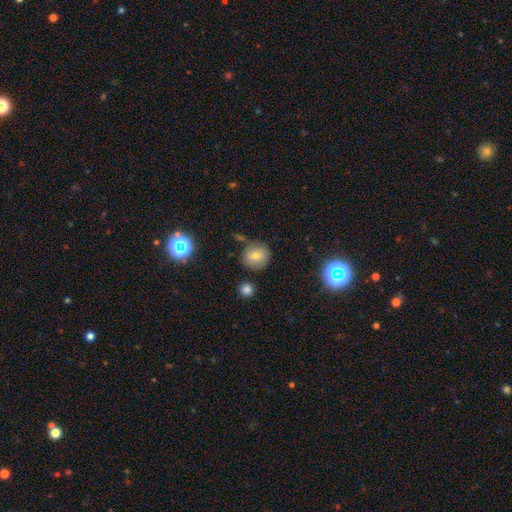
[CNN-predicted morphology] Overall: smooth (73%). How rounded: round (86%). Merging: none (75%).